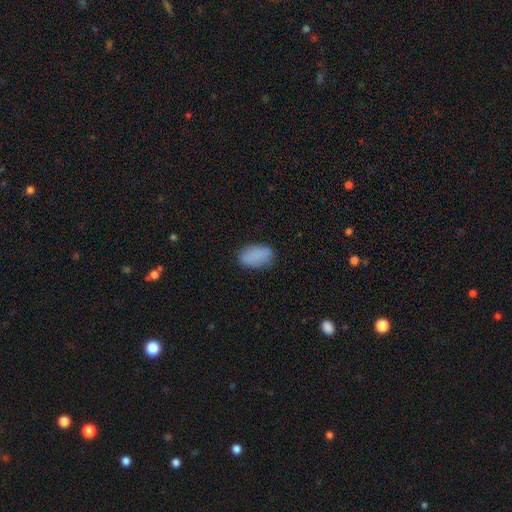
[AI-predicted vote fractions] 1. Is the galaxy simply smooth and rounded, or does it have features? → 86% smooth, 8% star or artifact, 5% featured or disk.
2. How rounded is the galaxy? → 91% in between, 7% round, 2% cigar-shaped.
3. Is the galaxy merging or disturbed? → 81% none, 15% minor disturbance, 4% major disturbance, 1% merger.